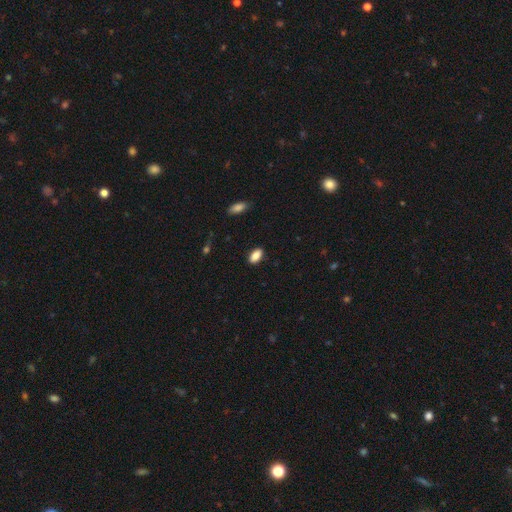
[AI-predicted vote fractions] This is clearly a smooth galaxy (88%). How rounded: clearly in between (91%). Merging: clearly none (88%).